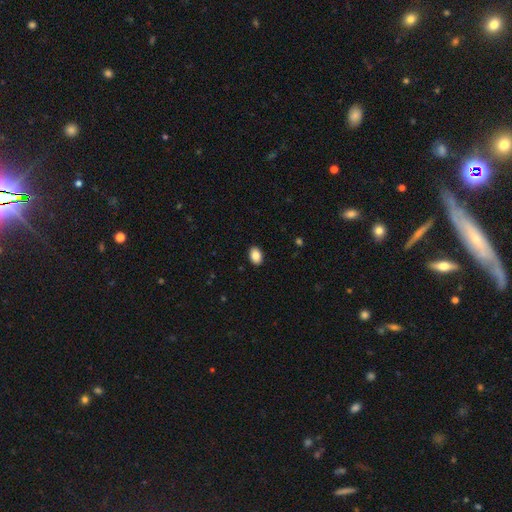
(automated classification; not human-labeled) smooth-or-featured: smooth: 88% | star or artifact: 8% | featured or disk: 4%
  how-rounded: in between: 83% | round: 16% | cigar-shaped: 1%
  merging: none: 90% | minor disturbance: 7% | major disturbance: 2% | merger: 1%